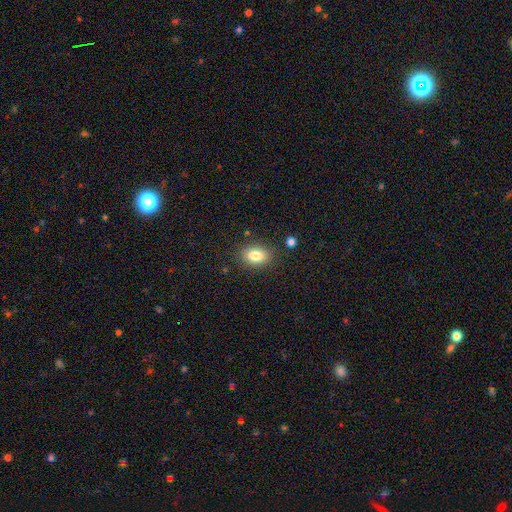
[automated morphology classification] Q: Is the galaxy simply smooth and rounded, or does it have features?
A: smooth — 83%.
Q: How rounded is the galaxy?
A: in between — 81%.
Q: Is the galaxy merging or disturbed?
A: none — 83%.